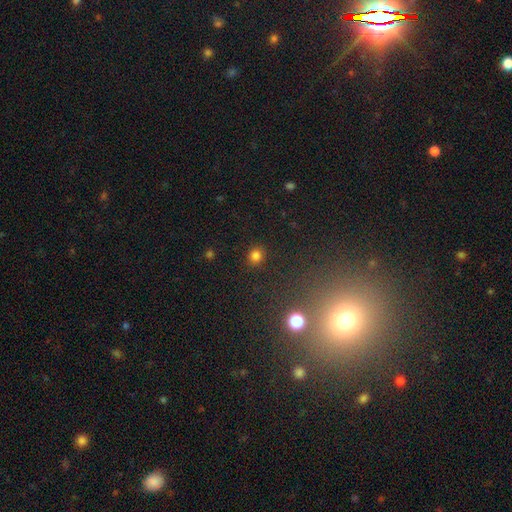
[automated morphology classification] smooth 81%, star or artifact 14%, featured or disk 5%. Down the decision tree: how rounded — round (76%); merging — none (89%).